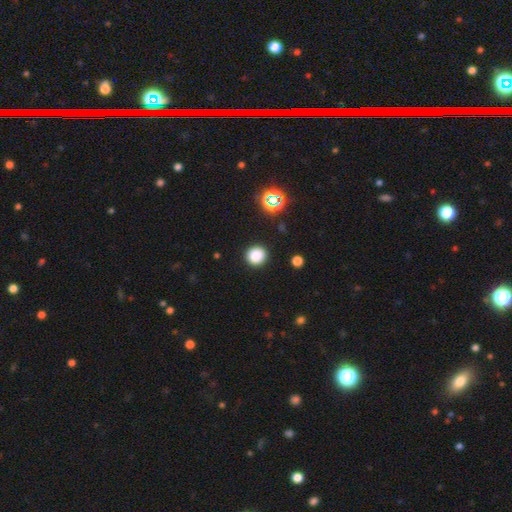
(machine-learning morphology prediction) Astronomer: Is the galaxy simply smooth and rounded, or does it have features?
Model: smooth — 83%.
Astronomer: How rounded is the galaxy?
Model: round — 91%.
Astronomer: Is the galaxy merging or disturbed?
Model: none — 90%.